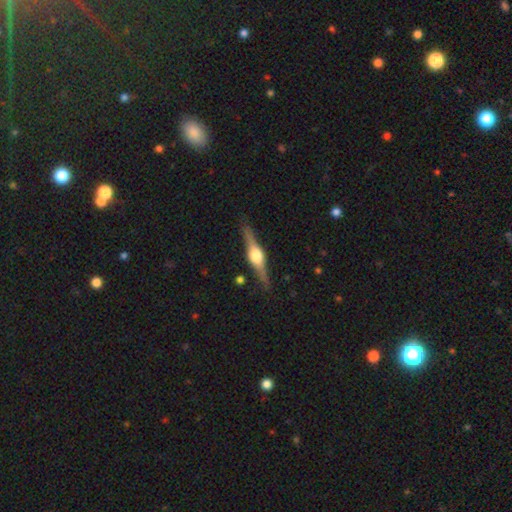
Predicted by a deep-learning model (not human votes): A featured or disk galaxy (81%) viewed edge-on (98%) with a rounded central bulge (93%).

Vote fractions:
- Smooth or featured? featured or disk: 81% / smooth: 13% / star or artifact: 5%
- Edge-on disk? yes: 98% / no: 2%
- Edge-on bulge? rounded: 93% / boxy: 6% / none: 1%
- Merging? none: 88% / minor disturbance: 9% / major disturbance: 2% / merger: 1%